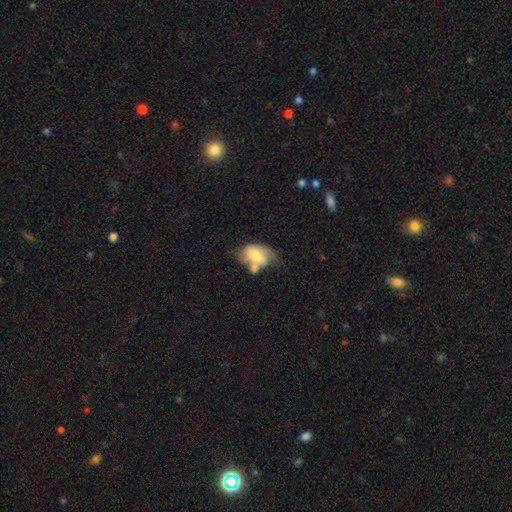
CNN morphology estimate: Smooth or featured?
  - smooth: 53% *
  - featured or disk: 40%
  - star or artifact: 7%
How rounded?
  - in between: 86% *
  - round: 13%
  - cigar-shaped: 2%
Merging?
  - merger: 32% *
  - none: 28%
  - minor disturbance: 25%
  - major disturbance: 15%